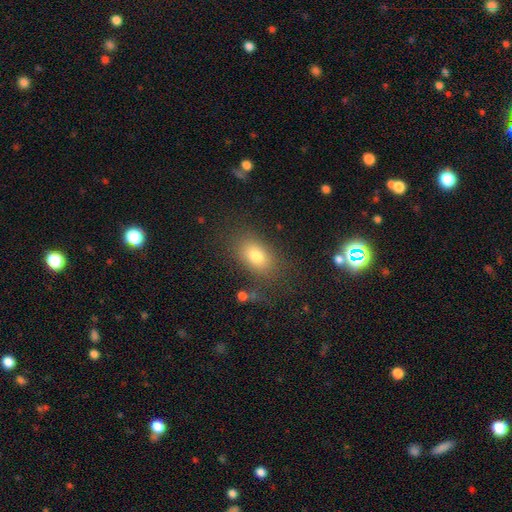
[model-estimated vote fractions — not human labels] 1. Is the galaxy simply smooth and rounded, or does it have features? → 78% smooth, 11% star or artifact, 11% featured or disk.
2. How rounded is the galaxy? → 84% in between, 14% round, 2% cigar-shaped.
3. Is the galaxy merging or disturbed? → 79% none, 13% minor disturbance, 6% major disturbance, 3% merger.